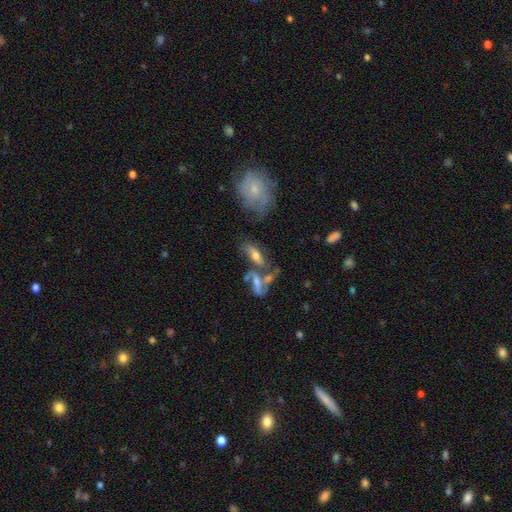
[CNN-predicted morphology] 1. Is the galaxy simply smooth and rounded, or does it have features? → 46% featured or disk, 44% smooth, 9% star or artifact.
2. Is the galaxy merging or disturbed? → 37% none (tied), 37% merger (tied), 15% minor disturbance, 12% major disturbance.